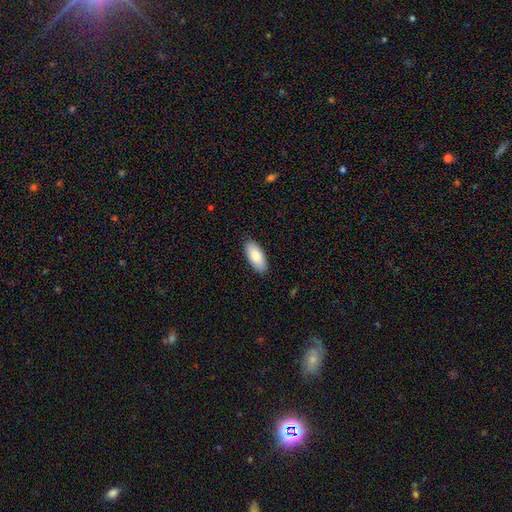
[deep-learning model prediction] This is clearly a smooth galaxy (82%). How rounded: clearly in between (88%). Merging: clearly none (88%).